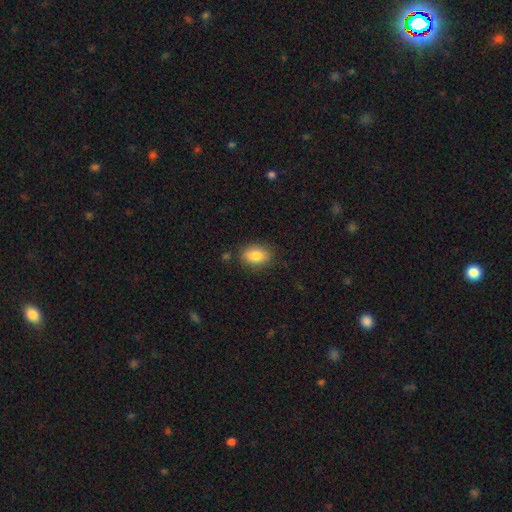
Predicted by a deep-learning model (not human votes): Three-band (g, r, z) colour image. It shows a smooth galaxy with no disk features (84%) that is in between round and cigar-shaped (80%). Merging: none (82%).